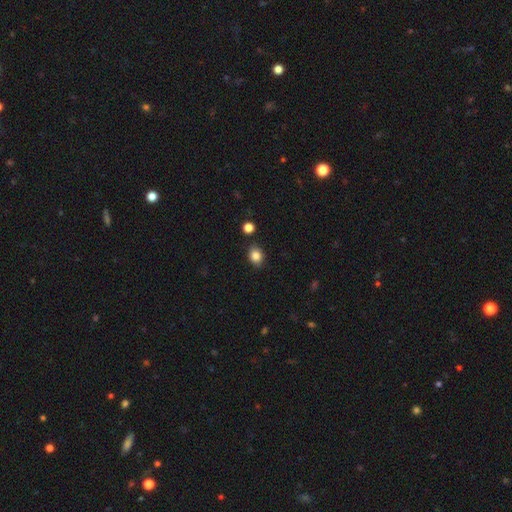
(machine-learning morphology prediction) Q: Smooth or featured?
A: smooth (84%); runner-up: star or artifact (10%)
Q: How rounded?
A: in between (56%); runner-up: round (43%)
Q: Merging?
A: none (84%); runner-up: minor disturbance (10%)